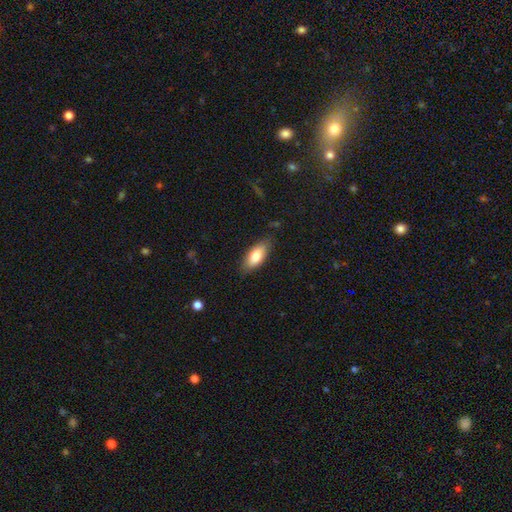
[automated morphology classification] smooth 80%, featured or disk 14%, star or artifact 6%. Down the decision tree: how rounded — in between (83%); merging — none (82%).